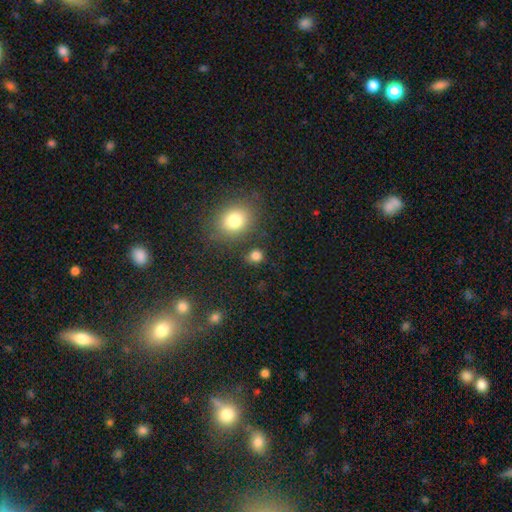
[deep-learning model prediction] Smooth or featured?
  - smooth: 81% *
  - star or artifact: 14%
  - featured or disk: 5%
How rounded?
  - round: 69% *
  - in between: 30%
  - cigar-shaped: 1%
Merging?
  - none: 79% *
  - minor disturbance: 11%
  - merger: 7%
  - major disturbance: 4%